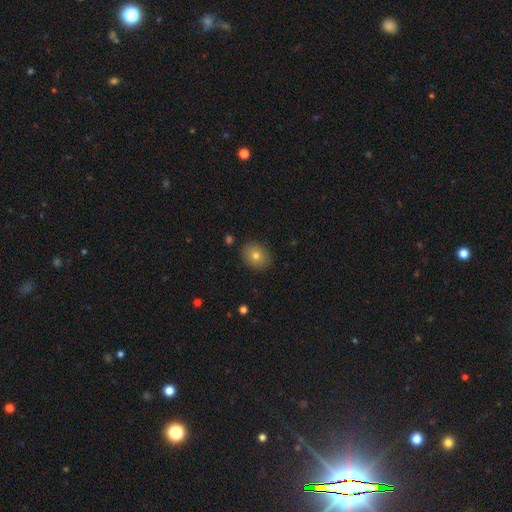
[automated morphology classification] This appears to be a smooth galaxy with no disk features (77%) that is round (58%). Merging: none (88%).